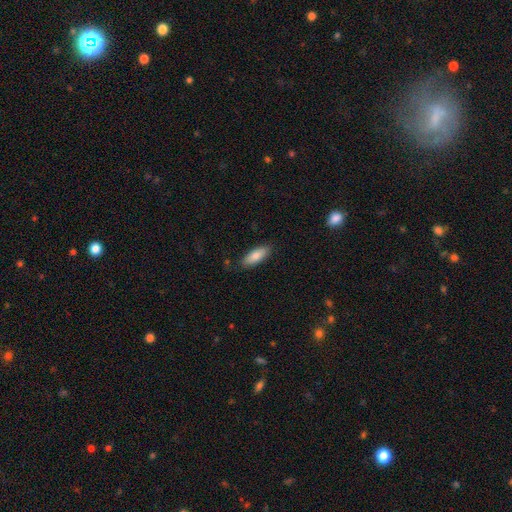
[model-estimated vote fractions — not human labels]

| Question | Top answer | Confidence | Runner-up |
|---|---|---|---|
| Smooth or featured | smooth | 83% | featured or disk (11%) |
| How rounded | in between | 73% | cigar-shaped (25%) |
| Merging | none | 85% | minor disturbance (11%) |